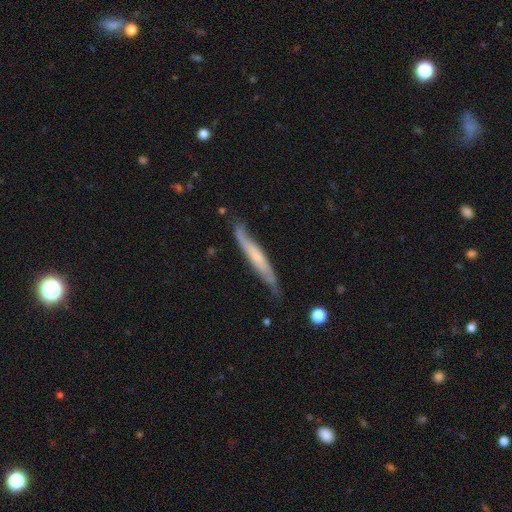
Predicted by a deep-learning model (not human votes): smooth-or-featured: featured or disk: 56% | smooth: 37% | star or artifact: 6%
  disk-edge-on: yes: 72% | no: 28%
  merging: none: 65% | minor disturbance: 26% | major disturbance: 6% | merger: 3%